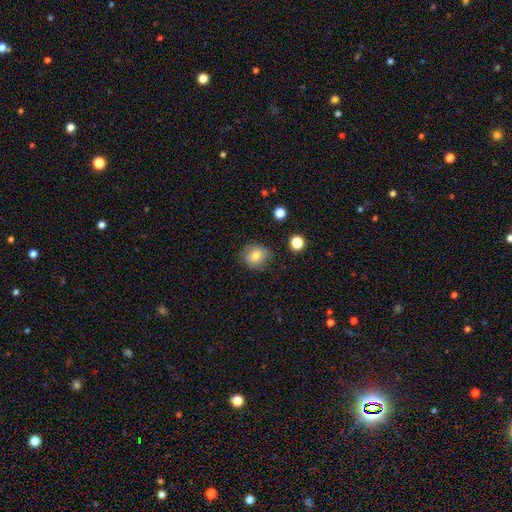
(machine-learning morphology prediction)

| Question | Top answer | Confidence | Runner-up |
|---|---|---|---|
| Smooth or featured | smooth | 76% | featured or disk (14%) |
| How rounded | round | 77% | in between (22%) |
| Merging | none | 76% | minor disturbance (18%) |